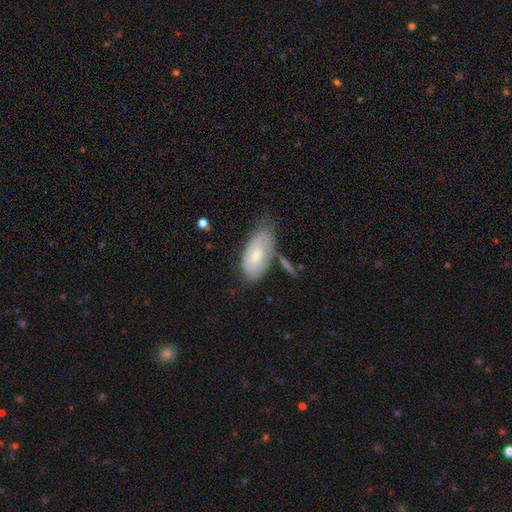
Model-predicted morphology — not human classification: Smooth or featured? Predicted: smooth (p=0.66). How rounded? Predicted: in between (p=0.92). Merging? Predicted: none (p=0.50).